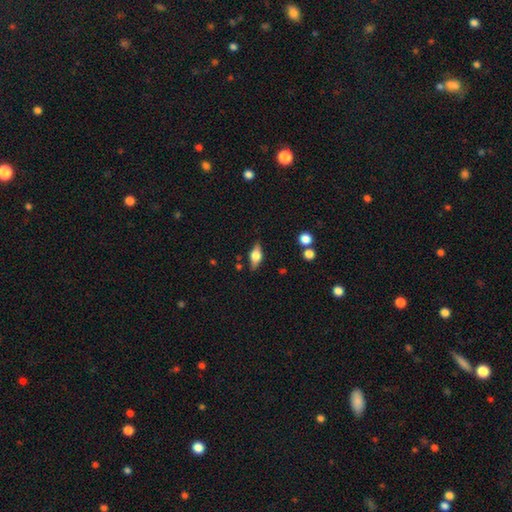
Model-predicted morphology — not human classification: featured or disk 51%, smooth 40%, star or artifact 8%. Down the decision tree: edge-on disk — yes (91%); merging — none (82%).